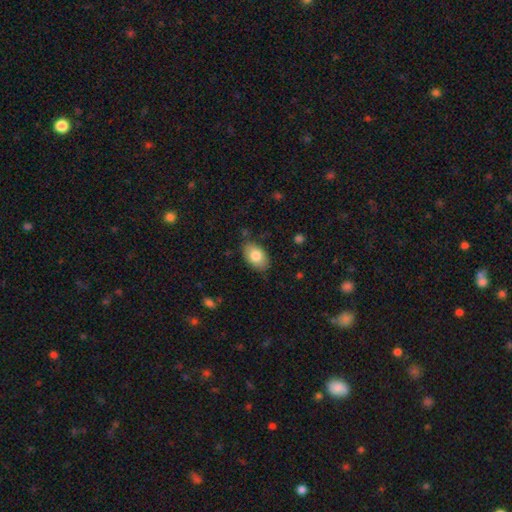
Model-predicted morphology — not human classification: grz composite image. It shows a smooth galaxy with no disk features (81%) that is in between round and cigar-shaped (90%). Merging: none (80%).